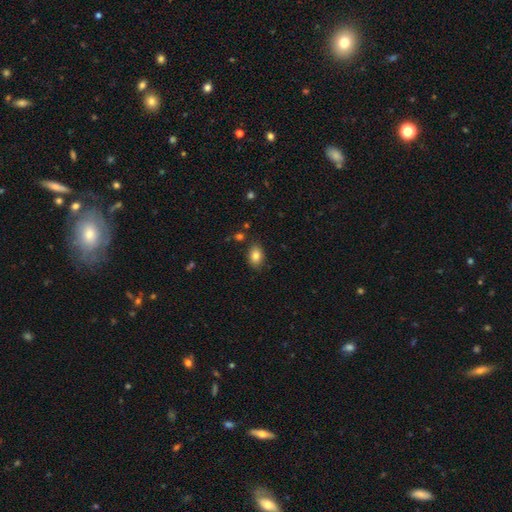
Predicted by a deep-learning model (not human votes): A smooth galaxy with no disk features (82%) that is in between round and cigar-shaped (80%).

Vote fractions:
- Smooth or featured? smooth: 82% / star or artifact: 9% / featured or disk: 8%
- How rounded? in between: 80% / round: 19% / cigar-shaped: 1%
- Merging? none: 84% / minor disturbance: 11% / major disturbance: 3% / merger: 2%